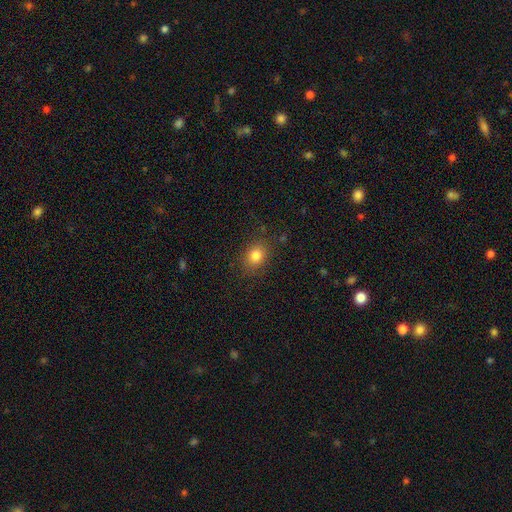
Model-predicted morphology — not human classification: A smooth galaxy with no disk features (81%) that is in between round and cigar-shaped (51%). Merging: none (83%).